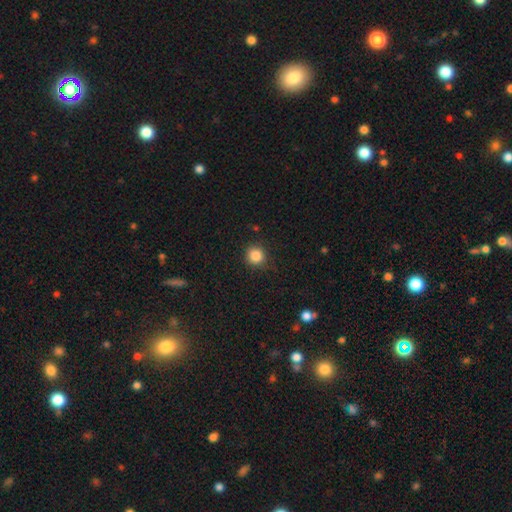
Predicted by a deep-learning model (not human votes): A smooth galaxy with no disk features (85%) that is round (91%).

Vote fractions:
- Smooth or featured? smooth: 85% / star or artifact: 11% / featured or disk: 4%
- How rounded? round: 91% / in between: 9% / cigar-shaped: 1%
- Merging? none: 86% / minor disturbance: 10% / major disturbance: 3% / merger: 1%